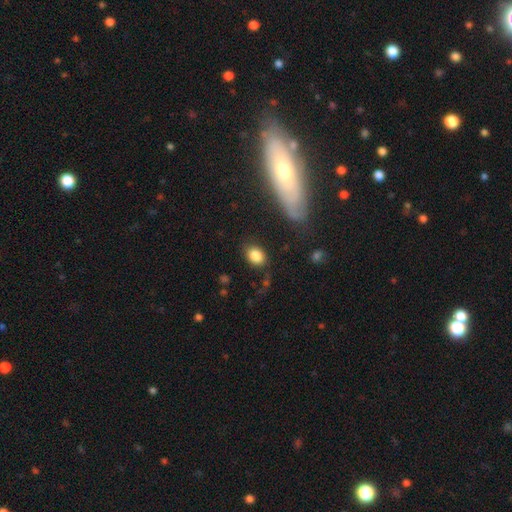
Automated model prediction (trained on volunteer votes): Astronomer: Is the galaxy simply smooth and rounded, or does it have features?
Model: smooth — 85%.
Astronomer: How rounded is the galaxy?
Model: in between — 69%.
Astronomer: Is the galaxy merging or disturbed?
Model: none — 79%.